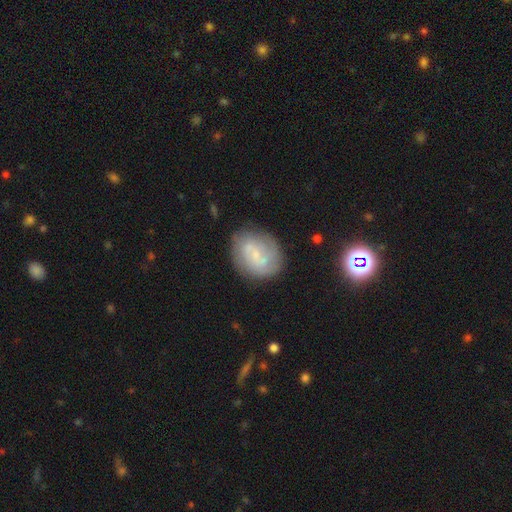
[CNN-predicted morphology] Smooth or featured?
  - featured or disk: 54% *
  - smooth: 37%
  - star or artifact: 10%
Edge-on disk?
  - no: 97% *
  - yes: 3%
Bar?
  - no: 51% *
  - weak: 40%
  - strong: 10%
Spiral arms?
  - yes: 70% *
  - no: 30%
Bulge size?
  - small: 70% *
  - moderate: 14%
  - none: 13%
  - large: 2%
  - dominant: 1%
Merging?
  - none: 68% *
  - minor disturbance: 19%
  - major disturbance: 8%
  - merger: 6%